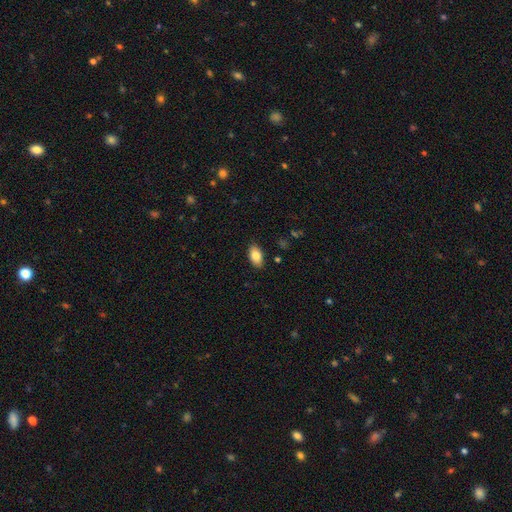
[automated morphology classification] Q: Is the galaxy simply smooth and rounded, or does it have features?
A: smooth — 83%.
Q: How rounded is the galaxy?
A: in between — 93%.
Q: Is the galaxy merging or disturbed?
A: none — 87%.